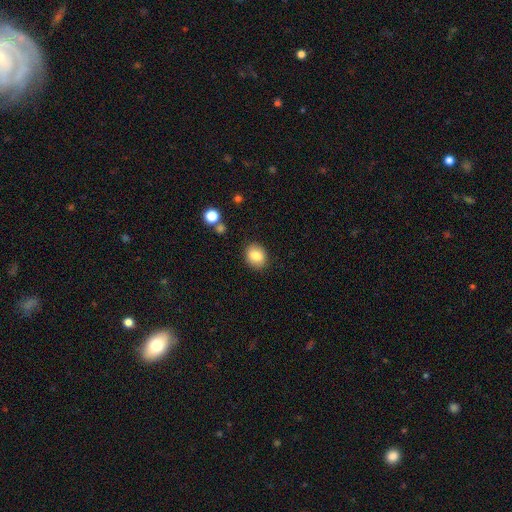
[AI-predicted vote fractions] A smooth galaxy with no disk features (83%) that is round (54%). Merging: none (87%).